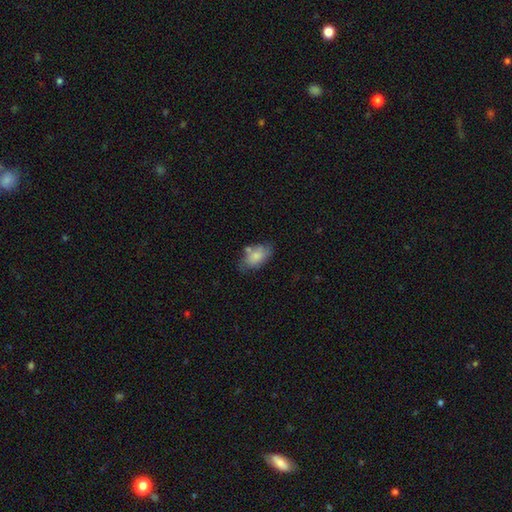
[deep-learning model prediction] smooth-or-featured: smooth: 79% | featured or disk: 14% | star or artifact: 7%
  how-rounded: in between: 91% | round: 6% | cigar-shaped: 3%
  merging: none: 57% | minor disturbance: 23% | merger: 13% | major disturbance: 6%